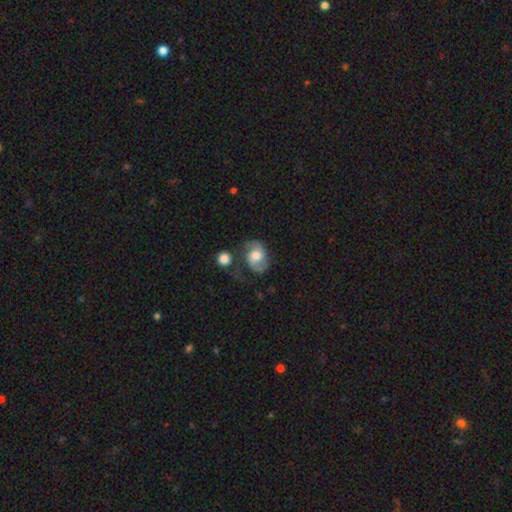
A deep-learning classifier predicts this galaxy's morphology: A featured or disk galaxy (60%) with no bar (63%), 2 (85%) medium (50%) spiral arms (86%) and a moderate central bulge (59%).

Vote fractions:
- Smooth or featured? featured or disk: 60% / smooth: 32% / star or artifact: 8%
- Edge-on disk? no: 97% / yes: 3%
- Bar? no: 63% / weak: 31% / strong: 6%
- Spiral arms? yes: 86% / no: 14%
- Spiral winding? medium: 50% / loose: 29% / tight: 22%
- Spiral arm count? 2: 85% / can't tell: 7% / 1: 4% / 3: 1% / 4: 1% / more than 4: 1%
- Bulge size? moderate: 59% / large: 28% / small: 8% / none: 2% / dominant: 2%
- Merging? none: 56% / minor disturbance: 22% / major disturbance: 14% / merger: 9%